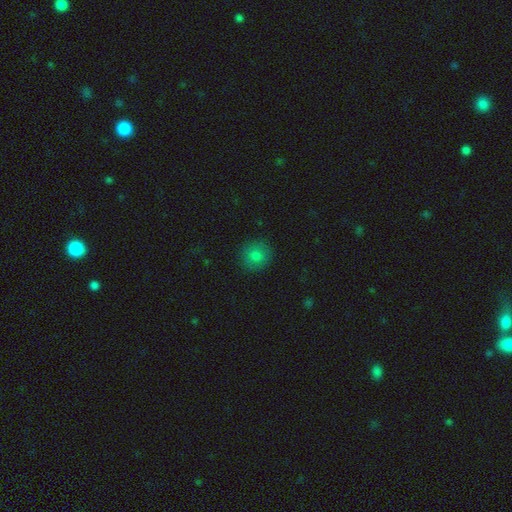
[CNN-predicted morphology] Overall: smooth (79%). How rounded: round (89%). Merging: none (88%).